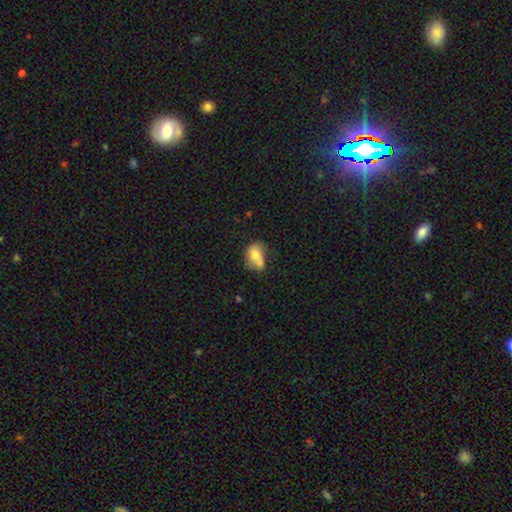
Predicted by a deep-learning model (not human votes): smooth_or_featured: smooth (p=0.66) [alt: featured or disk p=0.25]
how_rounded: in between (p=0.73) [alt: round p=0.25]
merging: none (p=0.30) [alt: merger p=0.29]